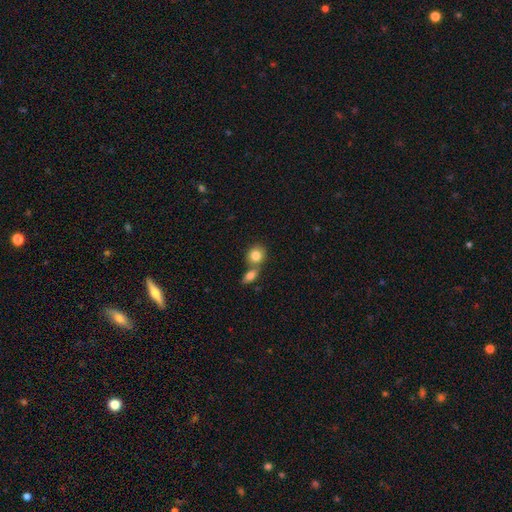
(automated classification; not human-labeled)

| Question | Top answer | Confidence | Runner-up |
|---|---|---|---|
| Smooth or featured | smooth | 83% | featured or disk (9%) |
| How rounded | round | 72% | in between (27%) |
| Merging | merger | 48% | none (42%) |